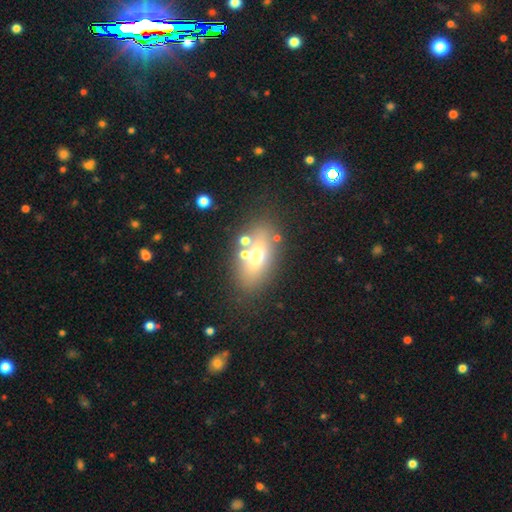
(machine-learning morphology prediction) Smooth or featured? Predicted: smooth (p=0.59). How rounded? Predicted: in between (p=0.77). Merging? Predicted: none (p=0.70).